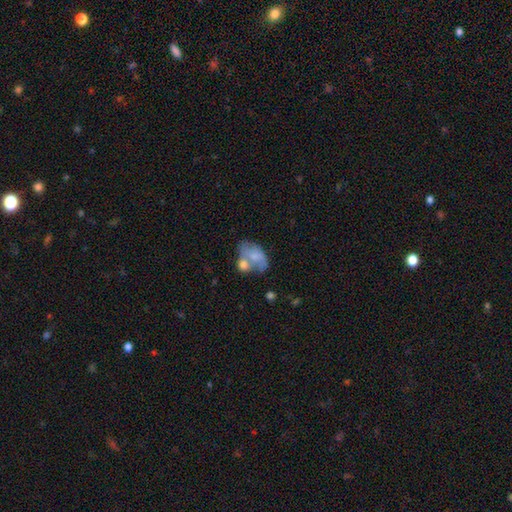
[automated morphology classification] The model was most divided on "smooth or featured": smooth: 51%, featured or disk: 41%, star or artifact: 8%. Remaining: how rounded — in between (81%); merging — merger (48%).